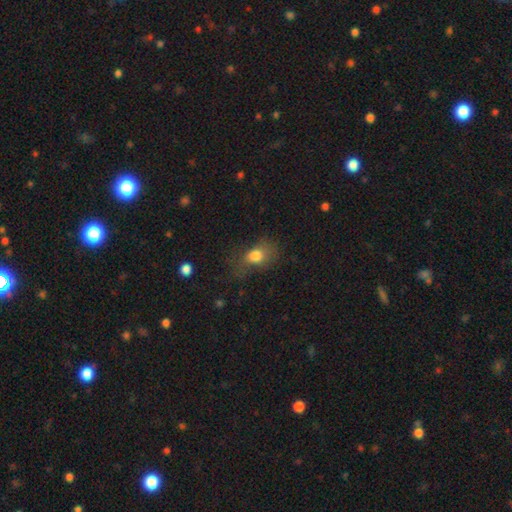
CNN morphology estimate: Q: Smooth or featured?
A: smooth (76%); runner-up: featured or disk (13%)
Q: How rounded?
A: in between (67%); runner-up: round (31%)
Q: Merging?
A: none (40%); runner-up: major disturbance (30%)